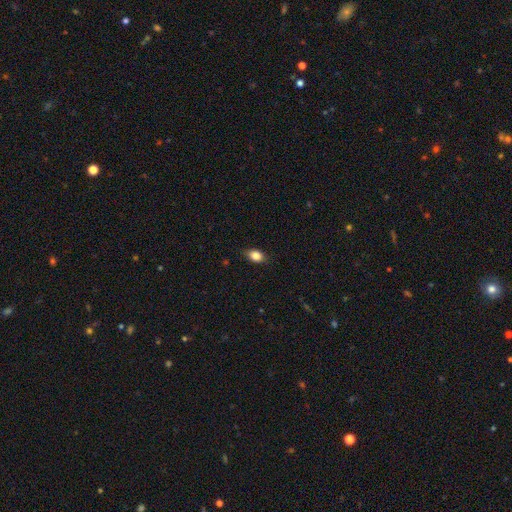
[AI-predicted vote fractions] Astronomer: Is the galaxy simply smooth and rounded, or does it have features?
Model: smooth — 85%.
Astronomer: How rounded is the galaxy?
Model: in between — 78%.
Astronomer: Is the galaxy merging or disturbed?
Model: none — 82%.